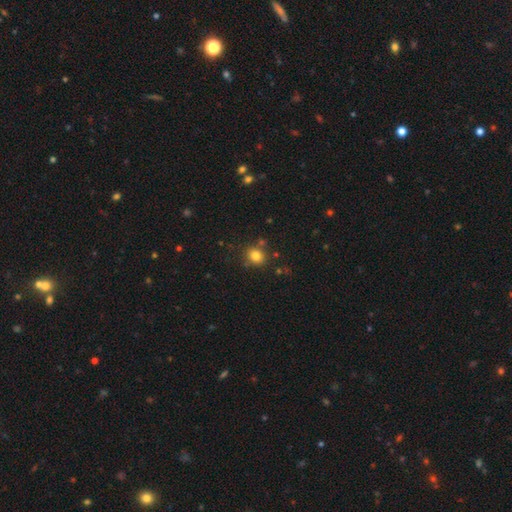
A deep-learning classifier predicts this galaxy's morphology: This is likely a smooth galaxy (80%). How rounded: likely round (75%). Merging: likely none (79%).